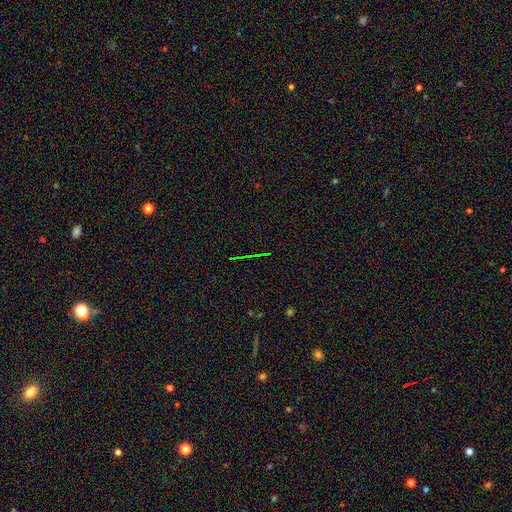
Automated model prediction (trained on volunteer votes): Overall: star or artifact (77%).